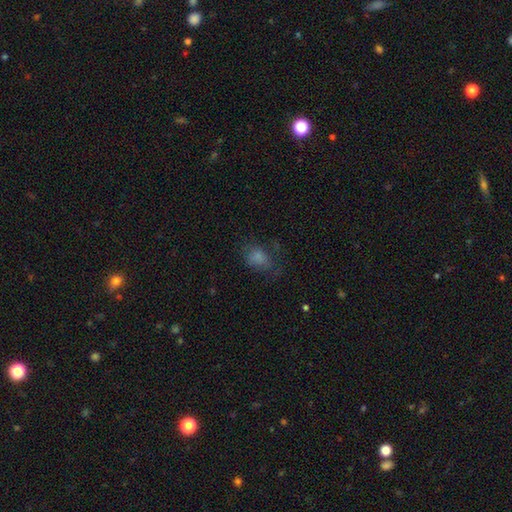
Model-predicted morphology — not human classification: A smooth galaxy with no disk features (62%) that is in between round and cigar-shaped (59%). Merging: none (57%).